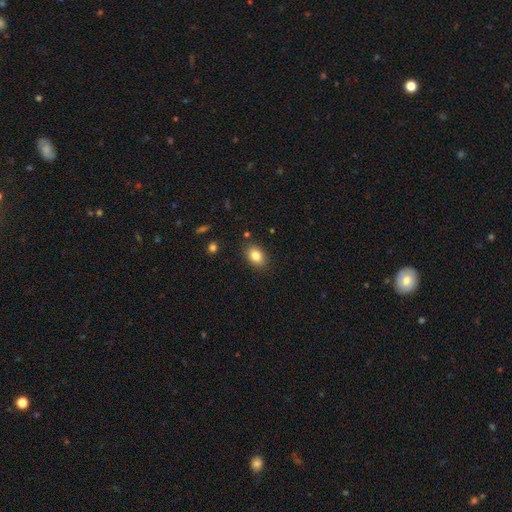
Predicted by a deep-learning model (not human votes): Smooth or featured? smooth (83%)
How rounded? in between (77%)
Merging? none (85%)